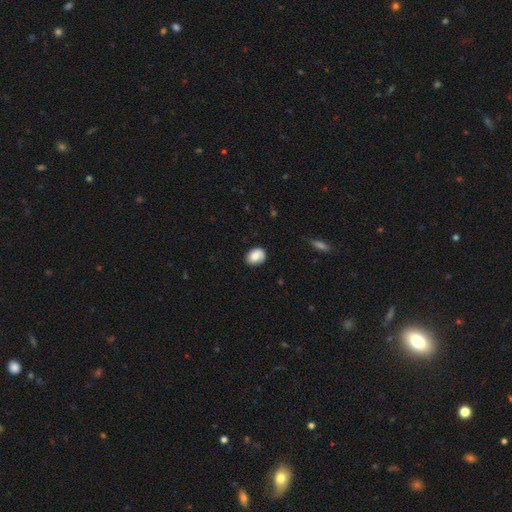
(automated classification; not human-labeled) smooth_or_featured: smooth (p=0.79) [alt: featured or disk p=0.14]
how_rounded: in between (p=0.62) [alt: round p=0.37]
merging: none (p=0.76) [alt: minor disturbance p=0.19]